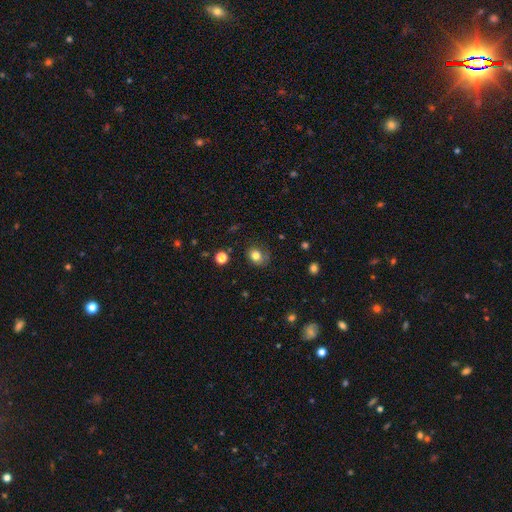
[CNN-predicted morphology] Smooth or featured?
  - smooth: 80% *
  - star or artifact: 12%
  - featured or disk: 8%
How rounded?
  - round: 60% *
  - in between: 39%
  - cigar-shaped: 1%
Merging?
  - none: 71% *
  - minor disturbance: 21%
  - major disturbance: 6%
  - merger: 2%